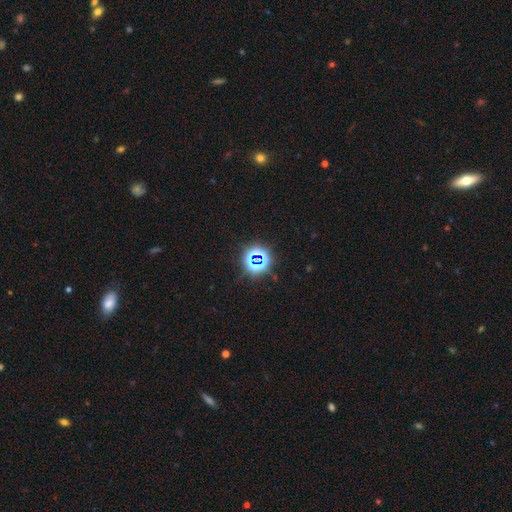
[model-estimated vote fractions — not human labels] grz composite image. It shows a star or artifact, not a galaxy (75%).